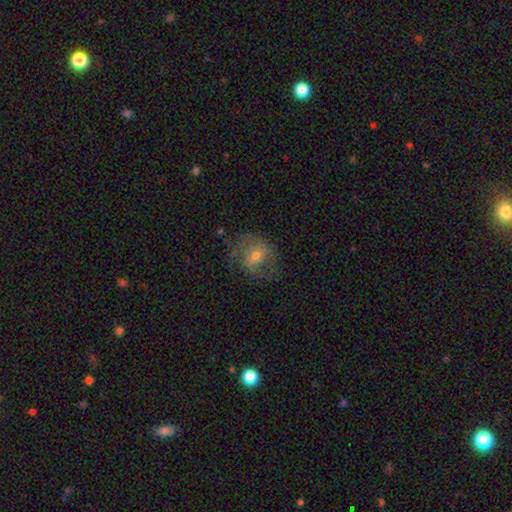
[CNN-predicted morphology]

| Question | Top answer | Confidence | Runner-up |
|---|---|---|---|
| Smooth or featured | featured or disk | 52% | smooth (39%) |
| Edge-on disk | no | 96% | yes (4%) |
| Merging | none | 60% | minor disturbance (21%) |